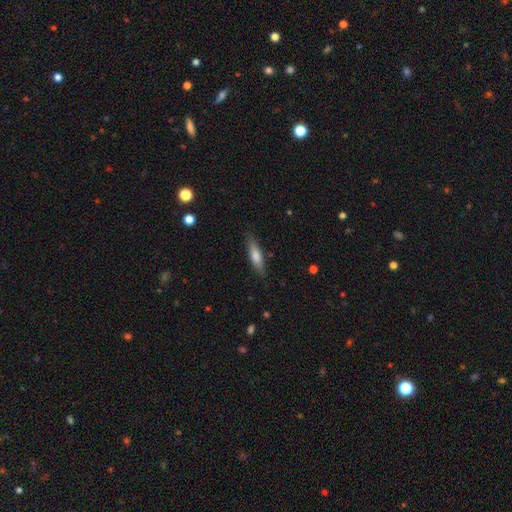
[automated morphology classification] smooth 68%, featured or disk 26%, star or artifact 6%. Down the decision tree: how rounded — cigar-shaped (70%); merging — none (84%).